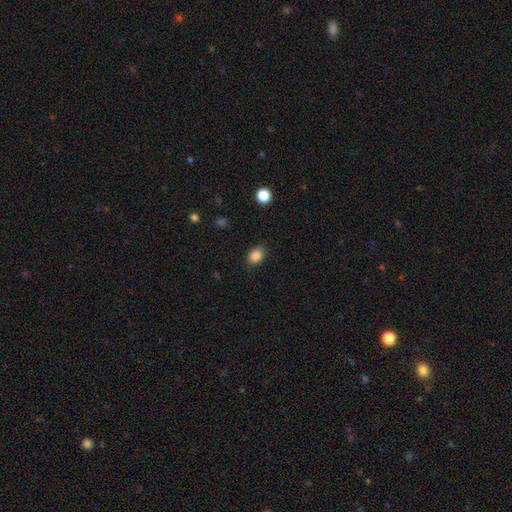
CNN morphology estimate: The model was most divided on "how rounded": in between: 67%, round: 32%, cigar-shaped: 1%. More confident: smooth or featured — smooth (87%); merging — none (82%).